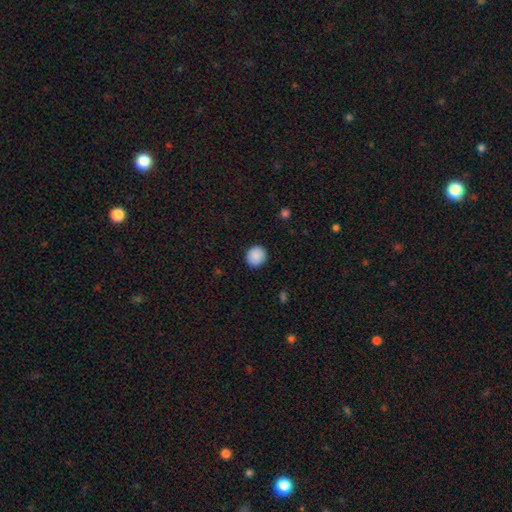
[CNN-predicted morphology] smooth 89%, star or artifact 8%, featured or disk 3%. Down the decision tree: how rounded — round (91%); merging — none (92%).